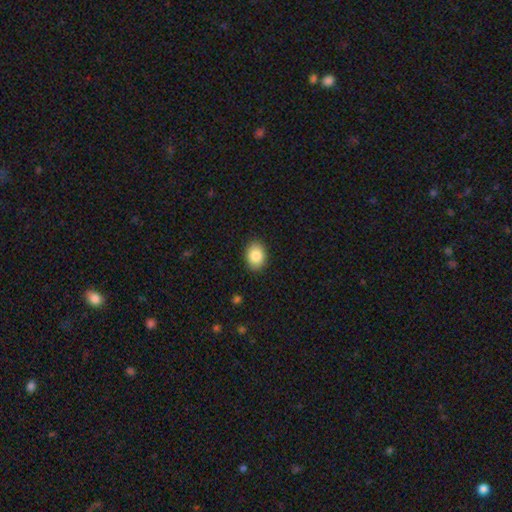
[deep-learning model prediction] Smooth or featured?
  - smooth: 86% *
  - star or artifact: 7%
  - featured or disk: 7%
How rounded?
  - in between: 76% *
  - round: 23%
  - cigar-shaped: 1%
Merging?
  - none: 89% *
  - minor disturbance: 8%
  - major disturbance: 2%
  - merger: 1%